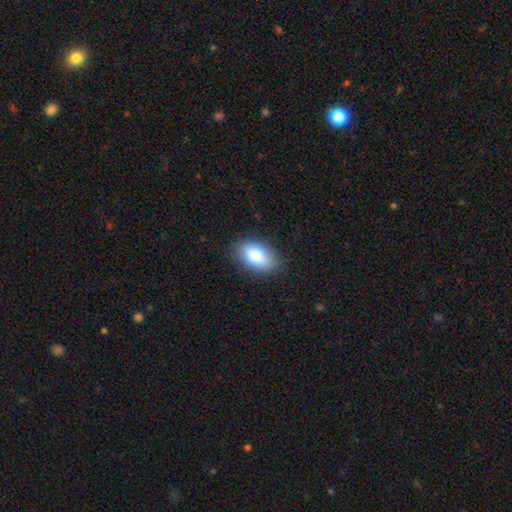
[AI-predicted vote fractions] Smooth or featured: smooth — 88% (star or artifact — 7%)
How rounded: in between — 93% (round — 5%)
Merging: none — 86% (minor disturbance — 10%)